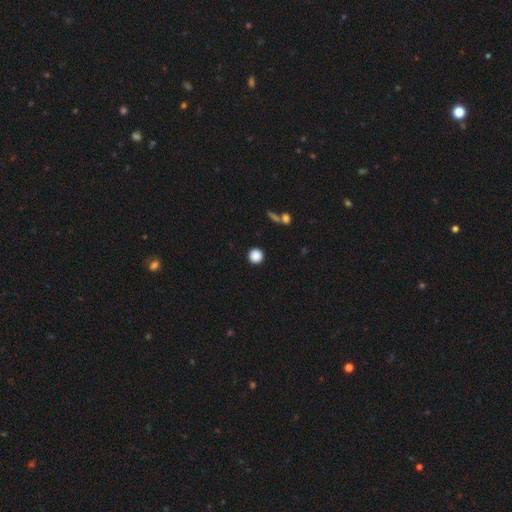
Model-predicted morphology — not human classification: Smooth or featured? smooth (87%)
How rounded? round (95%)
Merging? none (91%)